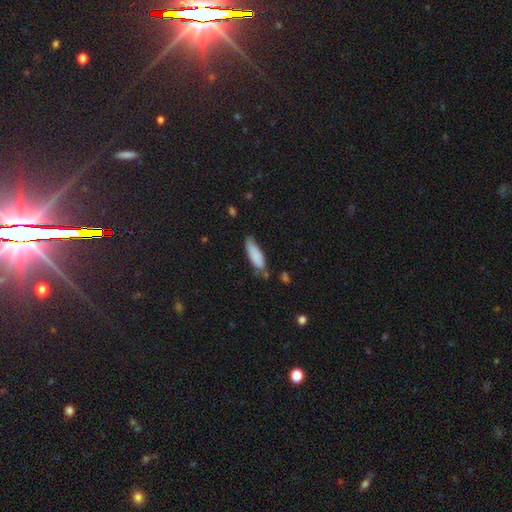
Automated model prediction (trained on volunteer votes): Smooth or featured? smooth (85%)
How rounded? in between (55%)
Merging? none (58%)